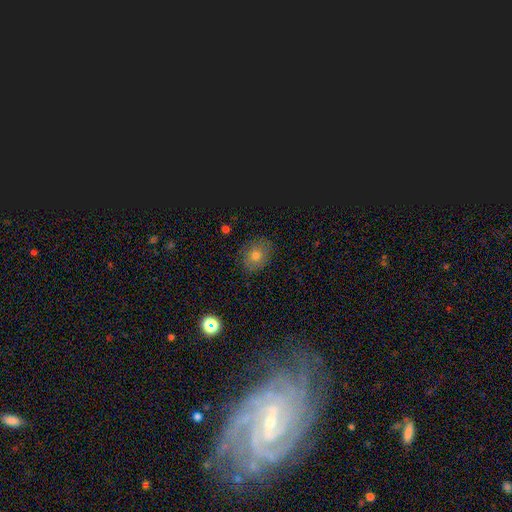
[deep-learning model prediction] A smooth galaxy with no disk features (61%) that is round (57%).

Vote fractions:
- Smooth or featured? smooth: 61% / star or artifact: 22% / featured or disk: 16%
- How rounded? round: 57% / in between: 42% / cigar-shaped: 1%
- Merging? none: 84% / minor disturbance: 12% / major disturbance: 3% / merger: 1%